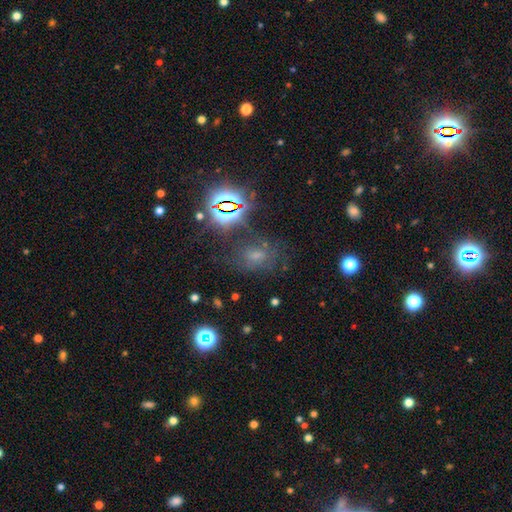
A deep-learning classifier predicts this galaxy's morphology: This appears to be a smooth galaxy with no disk features (45%). Merging: none (55%).